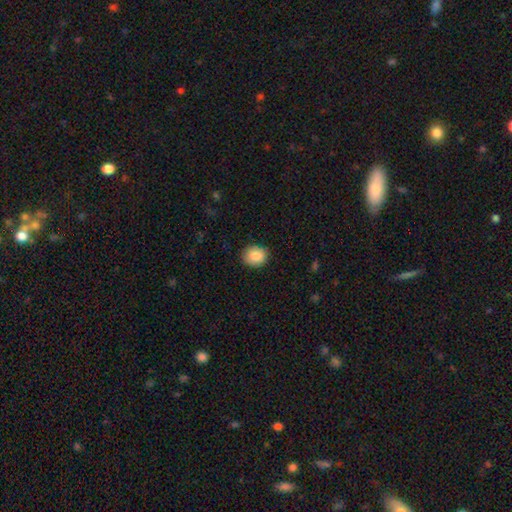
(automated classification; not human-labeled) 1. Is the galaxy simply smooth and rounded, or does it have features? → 87% smooth, 8% star or artifact, 6% featured or disk.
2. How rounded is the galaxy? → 62% round, 37% in between, 1% cigar-shaped.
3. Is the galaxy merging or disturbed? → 87% none, 10% minor disturbance, 2% major disturbance, 1% merger.